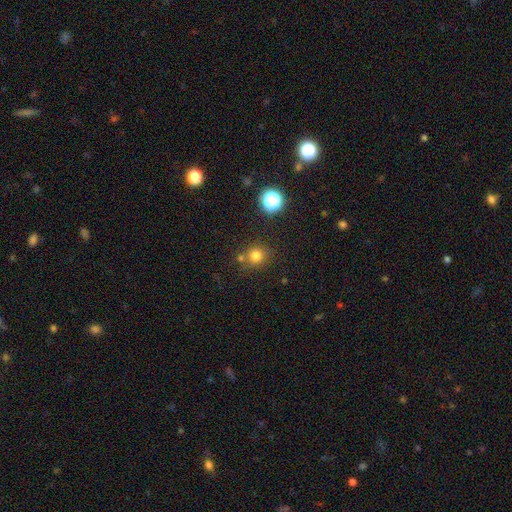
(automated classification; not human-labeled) Smooth or featured? smooth (76%)
How rounded? round (87%)
Merging? none (74%)